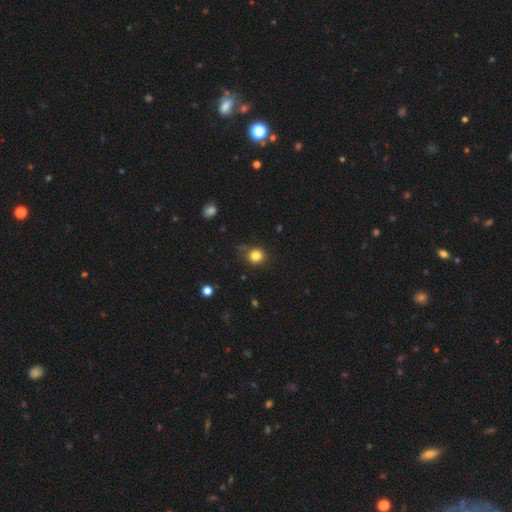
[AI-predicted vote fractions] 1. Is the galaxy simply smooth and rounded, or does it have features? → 82% smooth, 12% star or artifact, 5% featured or disk.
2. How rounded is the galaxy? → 82% round, 17% in between, 1% cigar-shaped.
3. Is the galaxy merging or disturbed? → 77% none, 16% minor disturbance, 4% major disturbance, 3% merger.